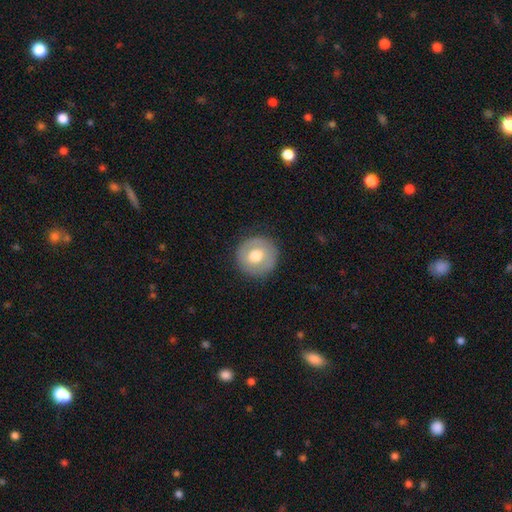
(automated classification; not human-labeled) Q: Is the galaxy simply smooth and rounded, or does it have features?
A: smooth — 67%.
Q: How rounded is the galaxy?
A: round — 95%.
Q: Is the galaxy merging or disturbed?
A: none — 89%.